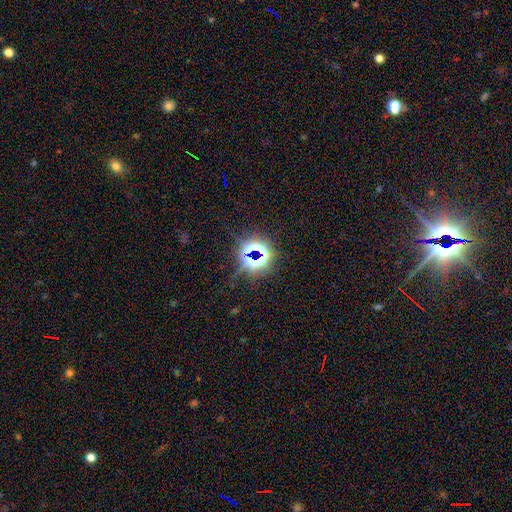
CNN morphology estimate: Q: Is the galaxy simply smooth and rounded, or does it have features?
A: star or artifact — 77%.